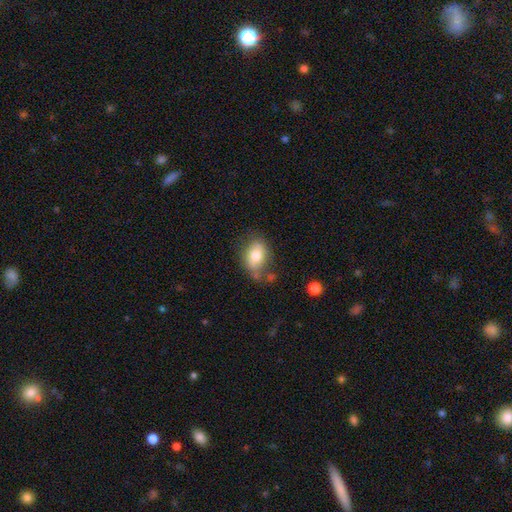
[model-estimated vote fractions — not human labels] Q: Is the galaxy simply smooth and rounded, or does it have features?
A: smooth — 76%.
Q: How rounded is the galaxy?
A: in between — 83%.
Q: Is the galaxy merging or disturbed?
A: none — 63%.